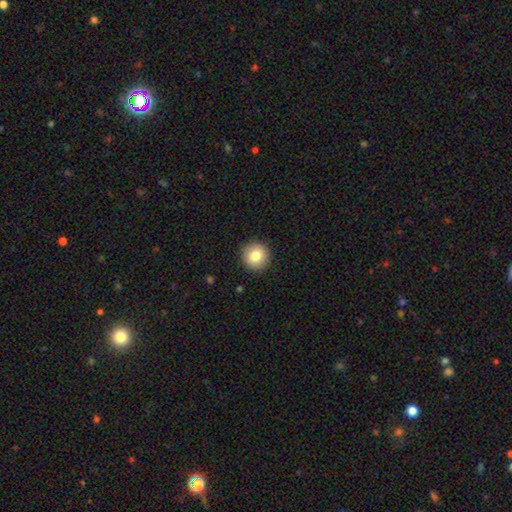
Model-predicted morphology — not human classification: The model was most divided on "smooth or featured": smooth: 81%, featured or disk: 10%, star or artifact: 9%. More confident: how rounded — round (95%); merging — none (92%).